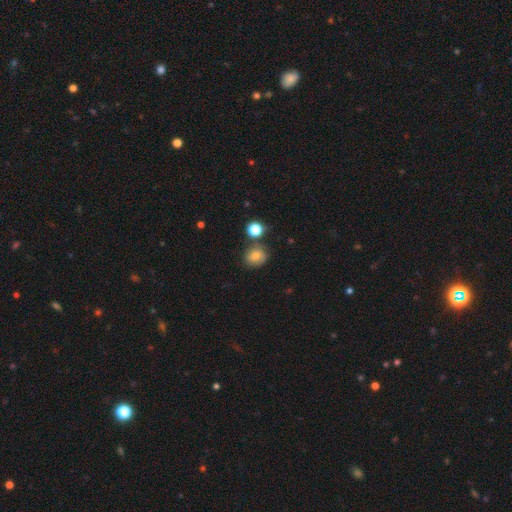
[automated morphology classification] This is likely a smooth galaxy (73%). How rounded: likely round (68%). Merging: likely none (70%).